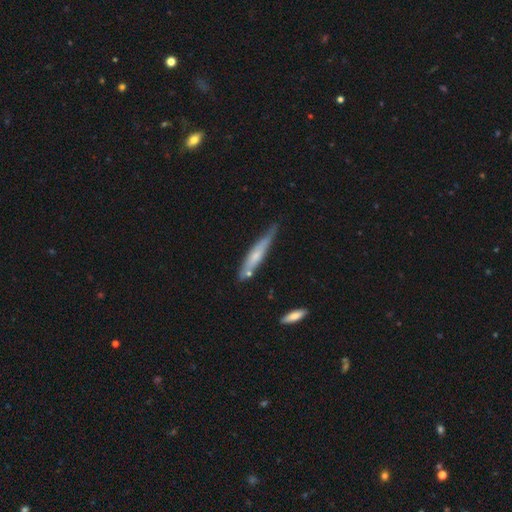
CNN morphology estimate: smooth 50%, featured or disk 44%, star or artifact 6%. Down the decision tree: how rounded — cigar-shaped (90%); merging — none (56%).